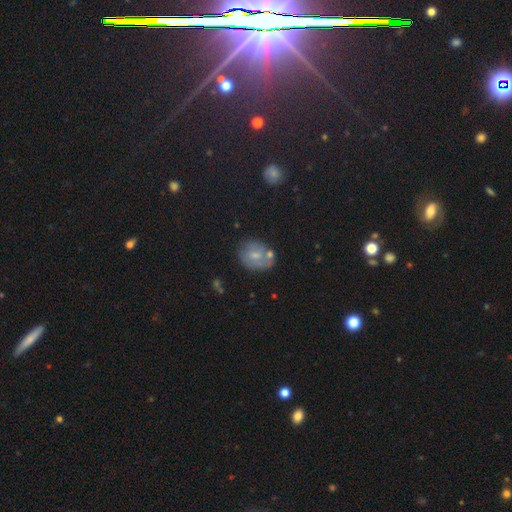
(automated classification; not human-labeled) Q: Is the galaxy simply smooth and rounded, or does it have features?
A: smooth — 55%.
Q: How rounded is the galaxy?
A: round — 55%.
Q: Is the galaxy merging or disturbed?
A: none — 60%.